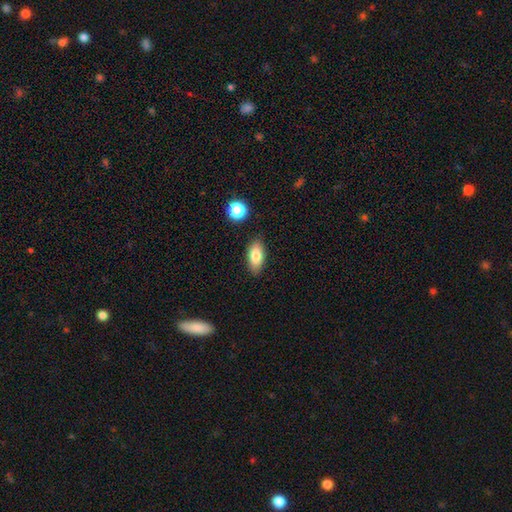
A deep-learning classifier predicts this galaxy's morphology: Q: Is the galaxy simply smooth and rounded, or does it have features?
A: smooth — 80%.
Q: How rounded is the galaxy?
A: in between — 87%.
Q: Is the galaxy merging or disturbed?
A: none — 85%.